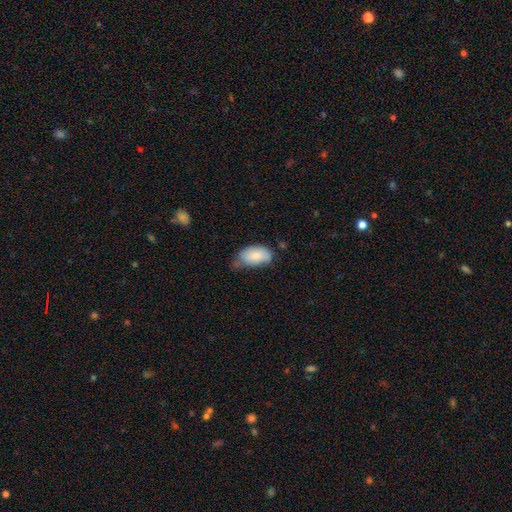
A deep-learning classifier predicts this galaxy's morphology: smooth-or-featured: smooth: 81% | featured or disk: 12% | star or artifact: 6%
  how-rounded: in between: 94% | round: 4% | cigar-shaped: 2%
  merging: minor disturbance: 48% | none: 35% | major disturbance: 13% | merger: 4%